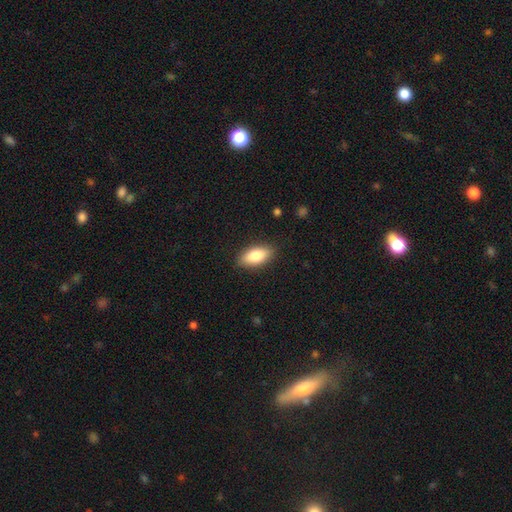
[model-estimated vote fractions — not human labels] Q: Smooth or featured?
A: smooth (82%); runner-up: featured or disk (12%)
Q: How rounded?
A: in between (86%); runner-up: cigar-shaped (11%)
Q: Merging?
A: none (87%); runner-up: minor disturbance (10%)